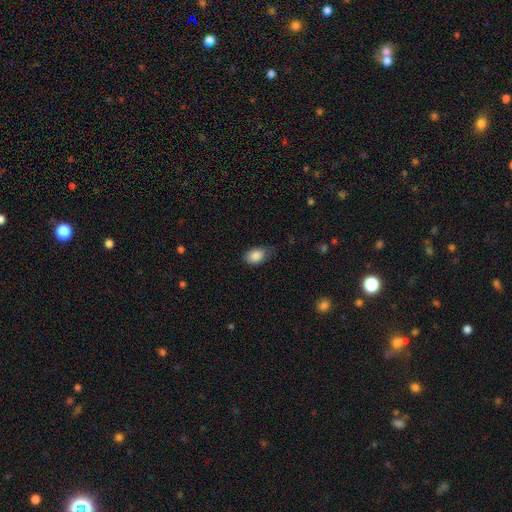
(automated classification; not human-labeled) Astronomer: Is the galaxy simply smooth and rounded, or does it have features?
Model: smooth — 87%.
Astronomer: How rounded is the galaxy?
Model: in between — 83%.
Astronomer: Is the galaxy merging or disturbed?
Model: none — 59%.